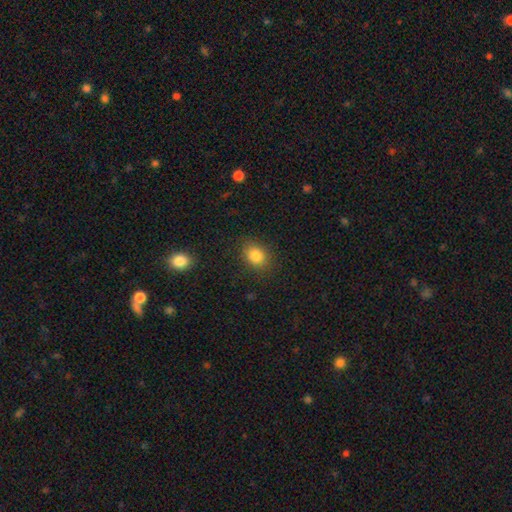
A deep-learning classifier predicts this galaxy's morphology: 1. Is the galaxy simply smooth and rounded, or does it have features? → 83% smooth, 10% star or artifact, 6% featured or disk.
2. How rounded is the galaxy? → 56% in between, 43% round, 1% cigar-shaped.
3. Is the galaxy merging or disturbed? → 85% none, 11% minor disturbance, 3% major disturbance, 1% merger.